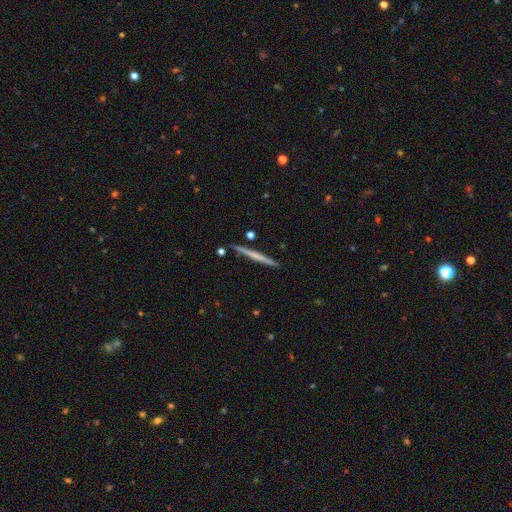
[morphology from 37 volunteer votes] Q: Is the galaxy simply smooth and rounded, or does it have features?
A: smooth — 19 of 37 (51%).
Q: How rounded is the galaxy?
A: cigar-shaped — 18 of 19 (95%).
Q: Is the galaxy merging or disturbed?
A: none — 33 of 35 (94%).